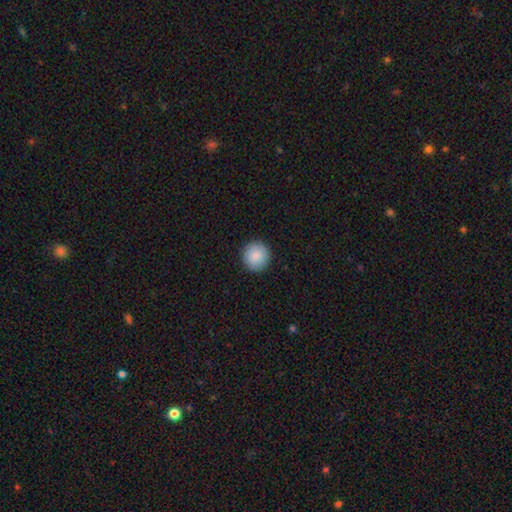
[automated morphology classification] smooth_or_featured: smooth (p=0.88) [alt: star or artifact p=0.07]
how_rounded: round (p=0.95) [alt: in between p=0.04]
merging: none (p=0.92) [alt: minor disturbance p=0.05]